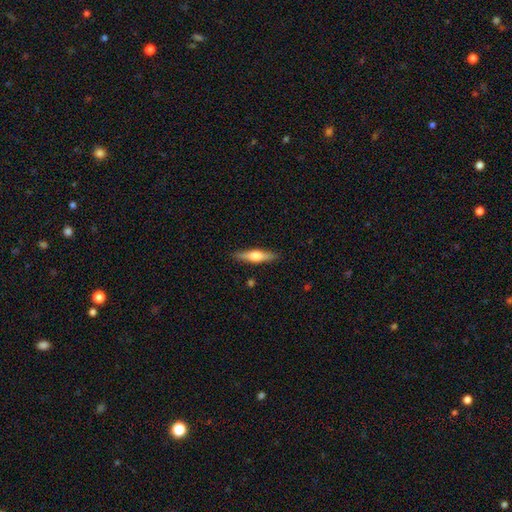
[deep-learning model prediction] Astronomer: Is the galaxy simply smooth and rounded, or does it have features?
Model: featured or disk — 51% (runner-up: smooth, 43%).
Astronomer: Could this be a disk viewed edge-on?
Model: yes — 95%.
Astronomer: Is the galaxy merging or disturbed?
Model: none — 88%.